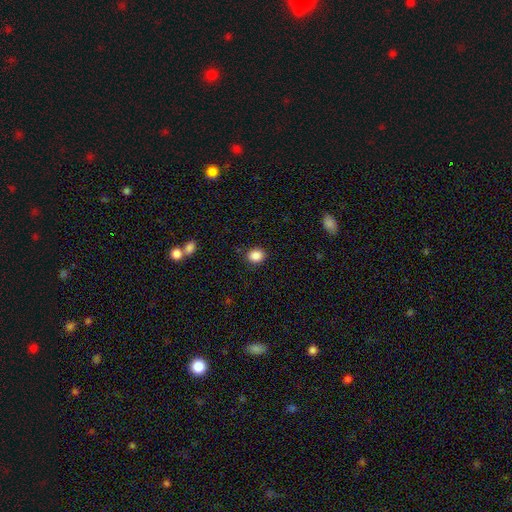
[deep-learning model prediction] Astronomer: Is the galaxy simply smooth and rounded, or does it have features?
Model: smooth — 87%.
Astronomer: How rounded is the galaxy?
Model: round — 66%.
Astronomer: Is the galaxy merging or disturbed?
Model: none — 89%.